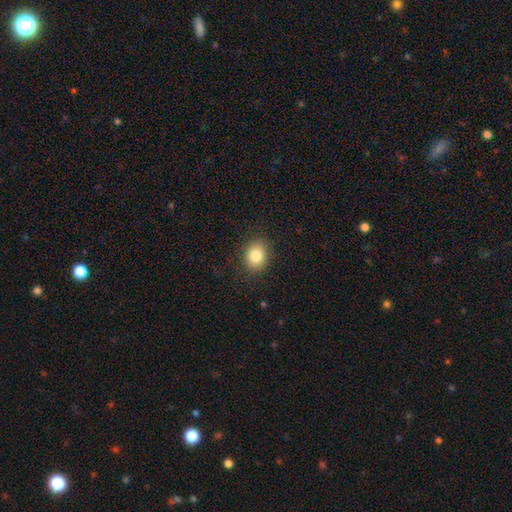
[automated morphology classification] Overall: smooth (83%). How rounded: round (53%; in between 46%). Merging: none (87%).